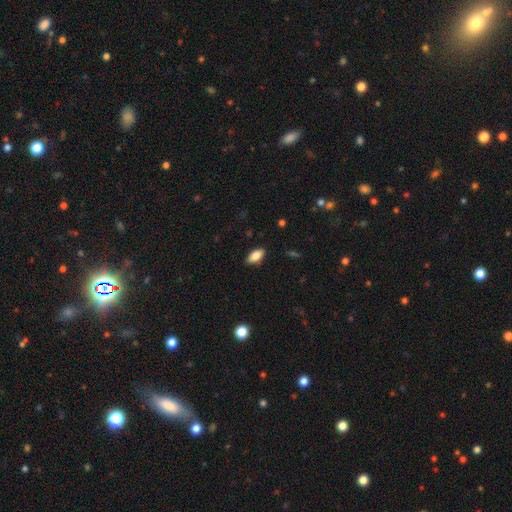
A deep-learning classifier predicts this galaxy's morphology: This appears to be a smooth galaxy with no disk features (86%) that is in between round and cigar-shaped (91%). Merging: none (86%).